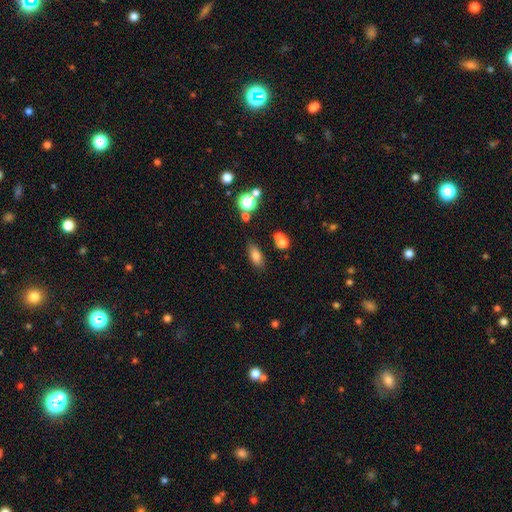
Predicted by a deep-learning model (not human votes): This appears to be a smooth galaxy with no disk features (76%) that is in between round and cigar-shaped (82%). Merging: none (75%).